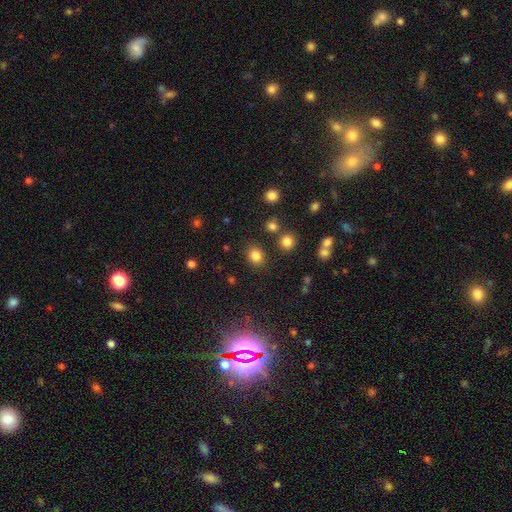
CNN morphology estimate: A smooth galaxy with no disk features (82%) that is round (62%).

Vote fractions:
- Smooth or featured? smooth: 82% / star or artifact: 13% / featured or disk: 5%
- How rounded? round: 62% / in between: 37% / cigar-shaped: 1%
- Merging? none: 83% / minor disturbance: 9% / merger: 5% / major disturbance: 3%